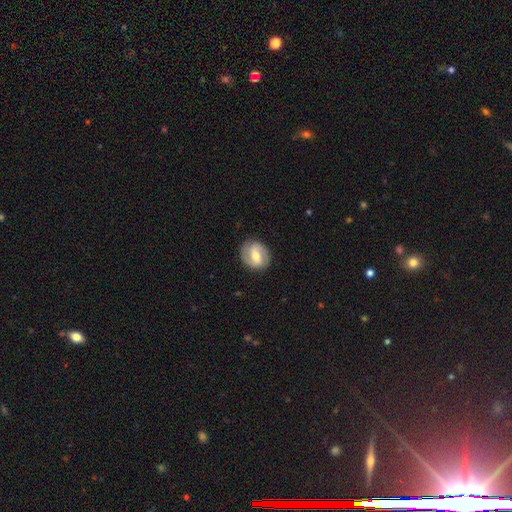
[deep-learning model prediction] This is likely a featured or disk galaxy (72%). It is clearly not viewed edge-on (97%). Bar: possibly weak (47%). Spiral arm pattern: clearly yes (87%). Spiral arm count: clearly 2 (89%). Spiral winding: marginally medium (45%). Central bulge: likely moderate (65%). Merging: clearly none (86%).